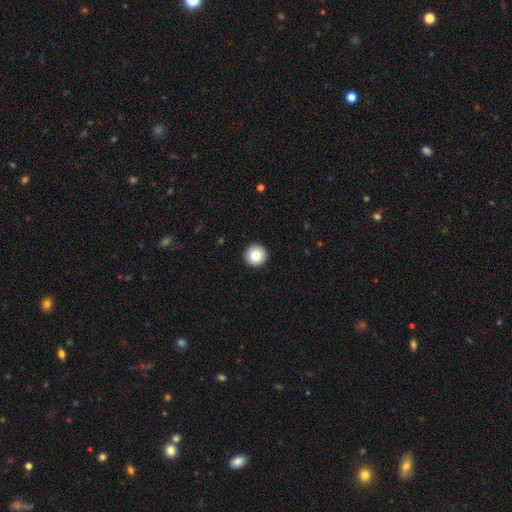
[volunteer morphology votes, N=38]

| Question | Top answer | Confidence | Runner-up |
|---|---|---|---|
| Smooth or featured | smooth | 82% | featured or disk (11%) |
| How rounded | round | 100% | — |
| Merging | none | 97% | minor disturbance (3%) |